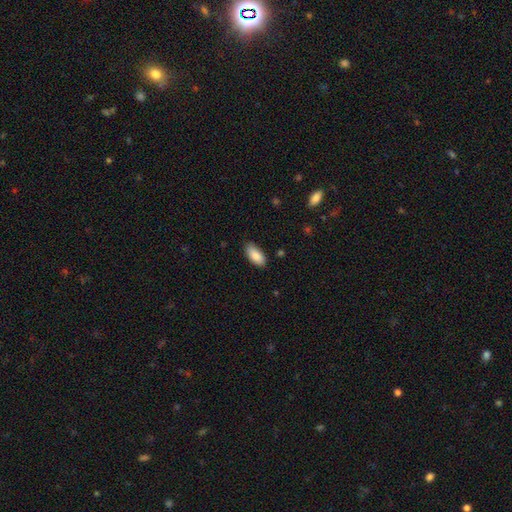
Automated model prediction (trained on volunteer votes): smooth-or-featured: smooth: 88% | star or artifact: 6% | featured or disk: 6%
  how-rounded: in between: 91% | cigar-shaped: 7% | round: 2%
  merging: none: 82% | minor disturbance: 15% | major disturbance: 2% | merger: 1%